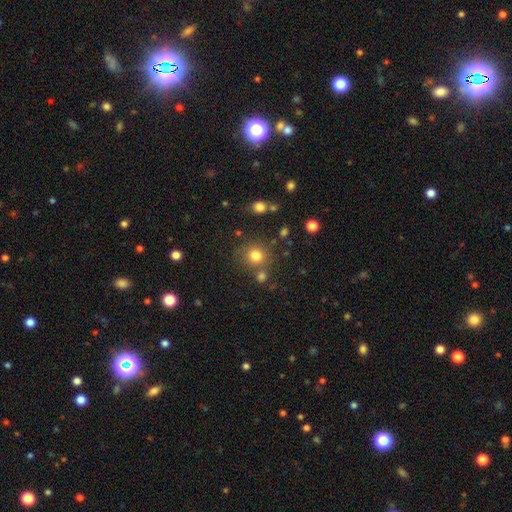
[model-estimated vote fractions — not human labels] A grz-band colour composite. It shows a smooth galaxy with no disk features (79%) that is round (87%). Merging: none (75%).